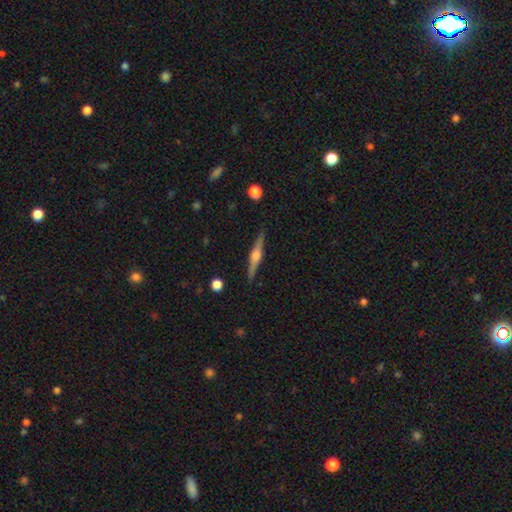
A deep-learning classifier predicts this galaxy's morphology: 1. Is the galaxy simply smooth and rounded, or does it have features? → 73% featured or disk, 20% smooth, 7% star or artifact.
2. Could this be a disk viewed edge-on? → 98% yes, 2% no.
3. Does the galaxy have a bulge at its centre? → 81% rounded, 15% boxy, 4% none.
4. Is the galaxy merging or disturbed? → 89% none, 8% minor disturbance, 2% major disturbance, 1% merger.